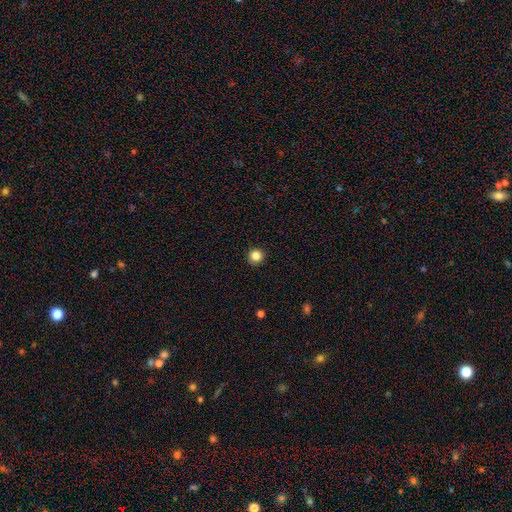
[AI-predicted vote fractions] A smooth galaxy with no disk features (84%) that is round (94%). Merging: none (93%).